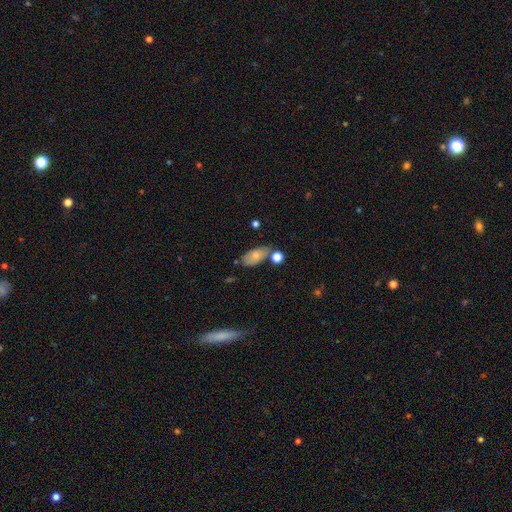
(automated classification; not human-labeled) The model was most divided on "merging": none: 61%, minor disturbance: 20%, merger: 14%, major disturbance: 5%. More confident: how rounded — in between (89%); smooth or featured — smooth (70%).